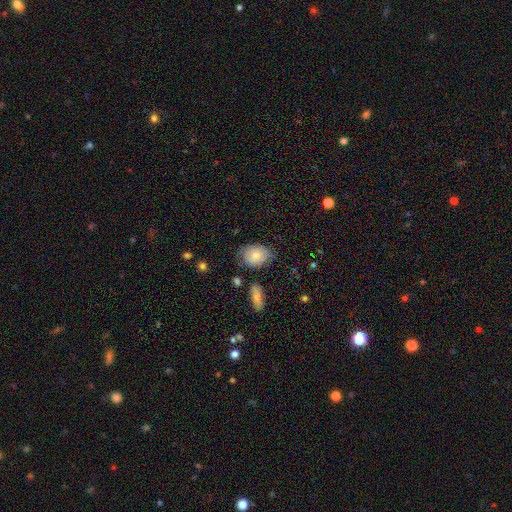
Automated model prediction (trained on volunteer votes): Smooth or featured? Predicted: smooth (p=0.76). How rounded? Predicted: in between (p=0.66). Merging? Predicted: none (p=0.62).